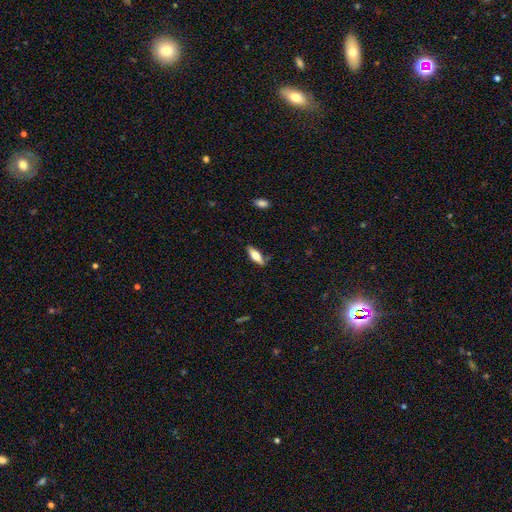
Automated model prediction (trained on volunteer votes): Q: Smooth or featured?
A: smooth (63%); runner-up: featured or disk (31%)
Q: How rounded?
A: in between (58%); runner-up: cigar-shaped (40%)
Q: Merging?
A: none (81%); runner-up: minor disturbance (15%)